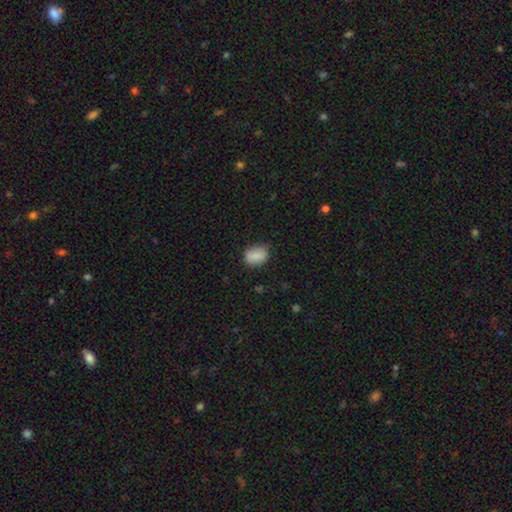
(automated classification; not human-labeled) A smooth galaxy with no disk features (83%) that is in between round and cigar-shaped (71%). Merging: none (77%).